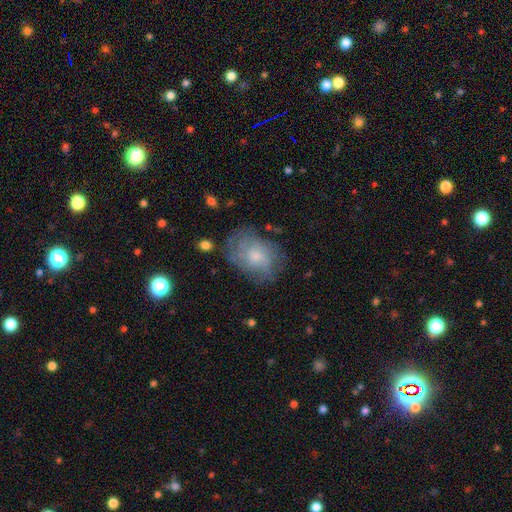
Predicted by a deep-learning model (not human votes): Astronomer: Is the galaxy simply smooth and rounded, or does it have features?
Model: featured or disk — 58% (runner-up: smooth, 33%).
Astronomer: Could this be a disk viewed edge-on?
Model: no — 97%.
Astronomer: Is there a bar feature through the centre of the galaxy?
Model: no — 79%.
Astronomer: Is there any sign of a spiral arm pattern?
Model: yes — 76%.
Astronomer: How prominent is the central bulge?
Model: small — 52% (runner-up: moderate, 37%).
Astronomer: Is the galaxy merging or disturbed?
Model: none — 65%.